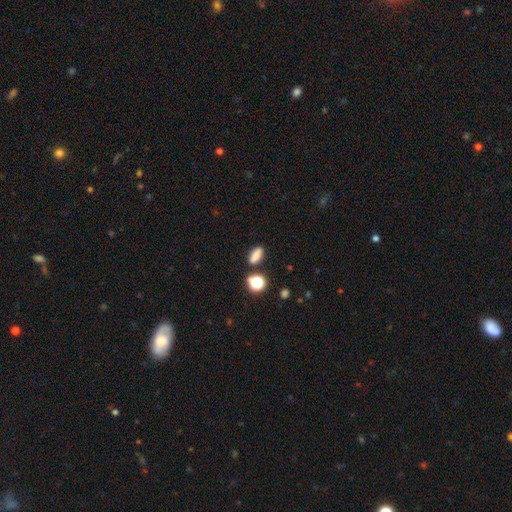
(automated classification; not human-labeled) The model was most divided on "how rounded": in between: 74%, round: 15%, cigar-shaped: 12%. More confident: merging — none (79%); smooth or featured — smooth (79%).